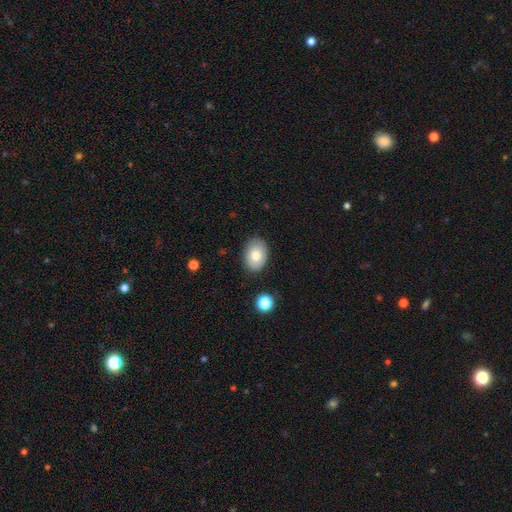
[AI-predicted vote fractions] Morphology: type=smooth (79%); roundness=in between (82%); merging=none (85%).